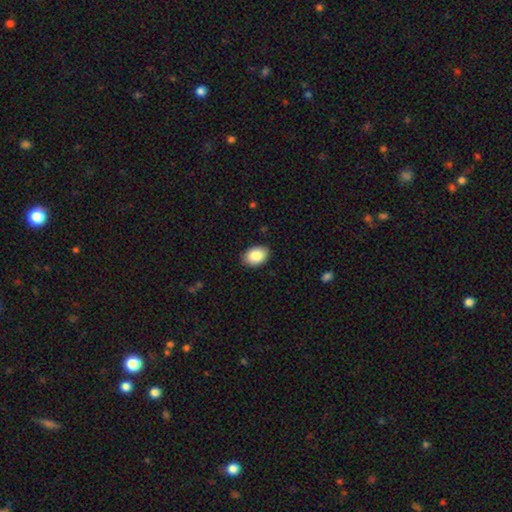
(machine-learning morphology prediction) Q: Smooth or featured?
A: smooth (87%); runner-up: star or artifact (7%)
Q: How rounded?
A: in between (79%); runner-up: round (20%)
Q: Merging?
A: none (89%); runner-up: minor disturbance (9%)